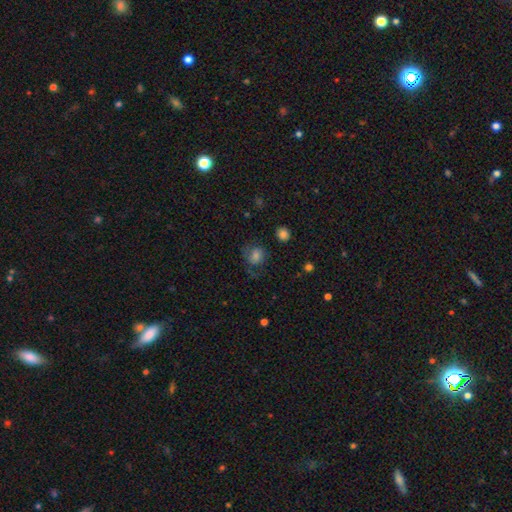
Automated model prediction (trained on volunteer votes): Smooth or featured: smooth — 61% (featured or disk — 21%)
How rounded: round — 74% (in between — 25%)
Merging: none — 59% (minor disturbance — 21%)